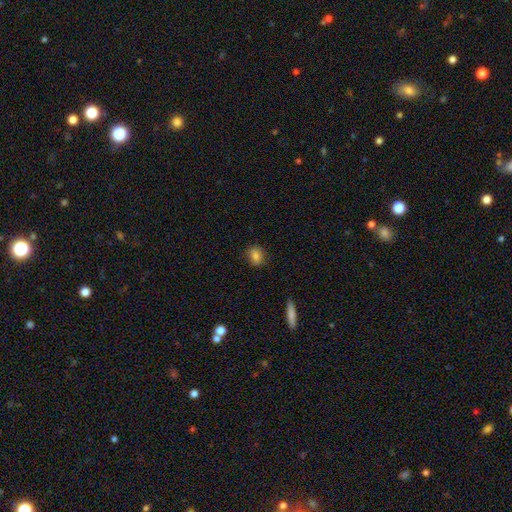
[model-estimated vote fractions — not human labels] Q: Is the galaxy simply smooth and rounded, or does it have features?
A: smooth — 83%.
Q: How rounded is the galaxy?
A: round — 52%.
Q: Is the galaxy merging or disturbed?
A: none — 83%.